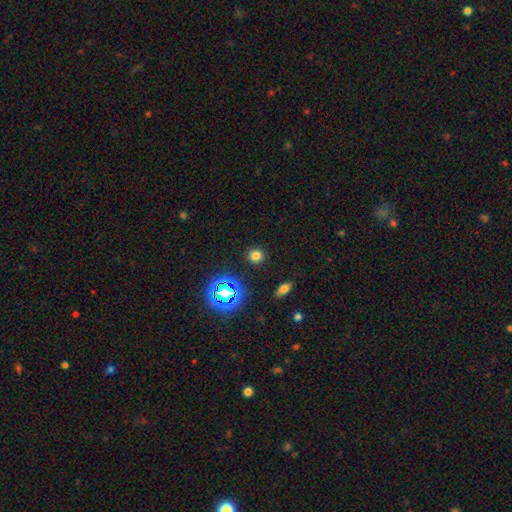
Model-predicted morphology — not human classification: This appears to be a smooth galaxy with no disk features (71%) that is round (88%). Merging: none (89%).